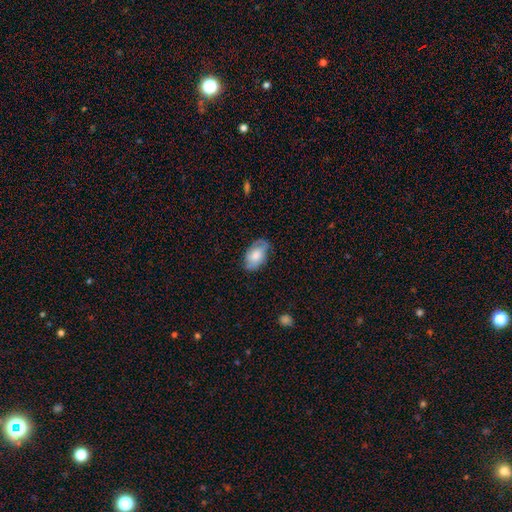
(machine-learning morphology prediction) Smooth or featured: smooth — 64% (featured or disk — 29%)
How rounded: in between — 92% (round — 6%)
Merging: none — 69% (minor disturbance — 23%)